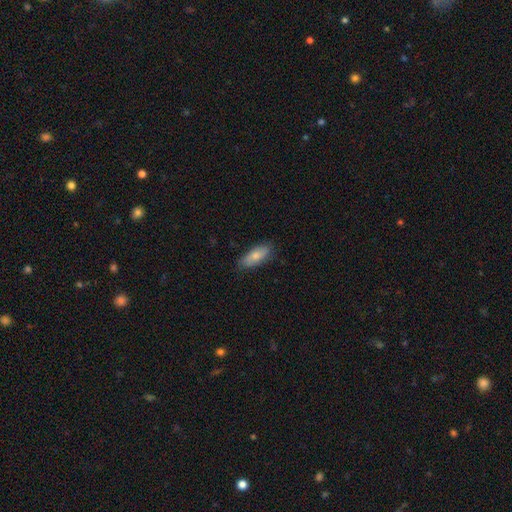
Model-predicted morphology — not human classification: Q: Smooth or featured?
A: smooth (72%); runner-up: featured or disk (22%)
Q: How rounded?
A: in between (77%); runner-up: cigar-shaped (21%)
Q: Merging?
A: none (78%); runner-up: minor disturbance (18%)